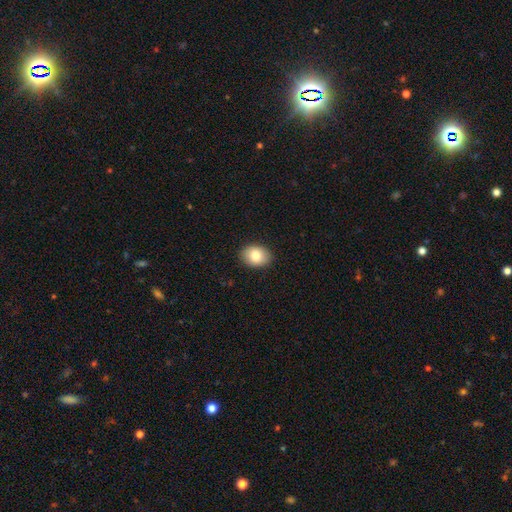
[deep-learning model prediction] A smooth galaxy with no disk features (82%) that is in between round and cigar-shaped (67%).

Vote fractions:
- Smooth or featured? smooth: 82% / featured or disk: 10% / star or artifact: 8%
- How rounded? in between: 67% / round: 32% / cigar-shaped: 1%
- Merging? none: 89% / minor disturbance: 8% / major disturbance: 2% / merger: 1%